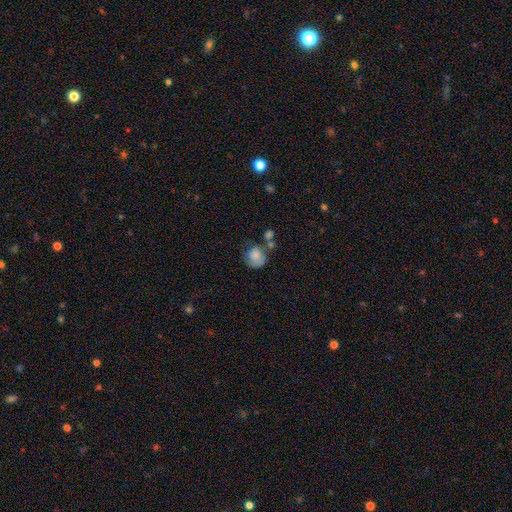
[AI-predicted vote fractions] The model was most divided on "merging": none: 42%, minor disturbance: 26%, merger: 16%, major disturbance: 16%. More confident: how rounded — round (75%); smooth or featured — smooth (74%).